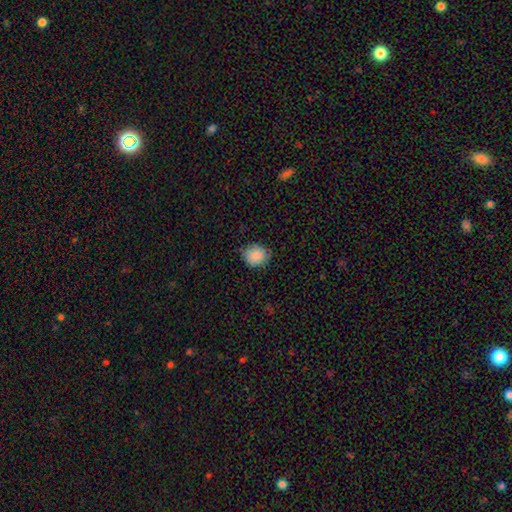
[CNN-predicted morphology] The model was most divided on "how rounded": round: 73%, in between: 26%, cigar-shaped: 1%. More confident: smooth or featured — smooth (86%); merging — none (79%).